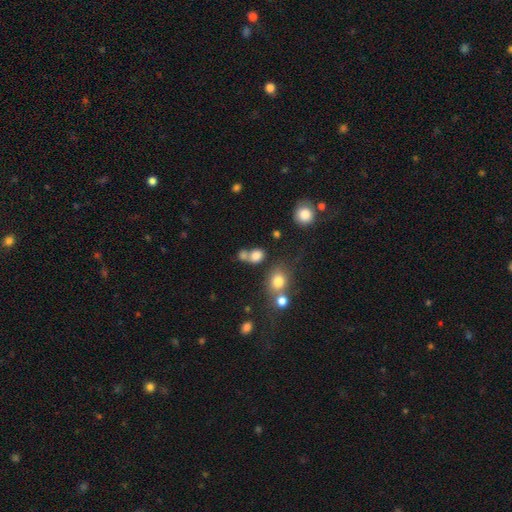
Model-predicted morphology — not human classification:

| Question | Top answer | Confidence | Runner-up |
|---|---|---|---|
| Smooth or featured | smooth | 78% | star or artifact (14%) |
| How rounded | in between | 50% | round (49%) |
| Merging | none | 42% | merger (40%) |